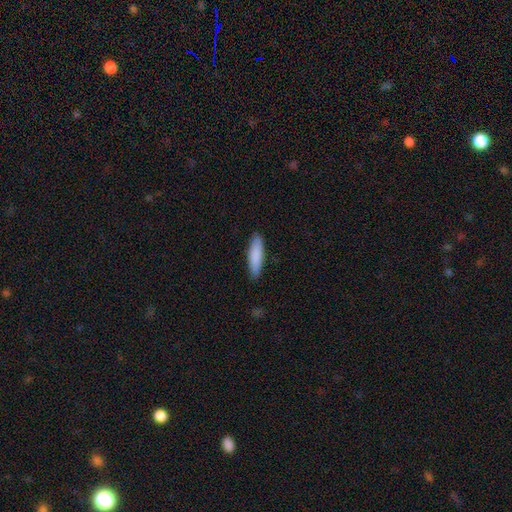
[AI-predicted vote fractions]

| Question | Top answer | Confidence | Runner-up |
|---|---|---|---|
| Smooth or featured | smooth | 87% | featured or disk (8%) |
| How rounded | cigar-shaped | 70% | in between (29%) |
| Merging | none | 89% | minor disturbance (9%) |